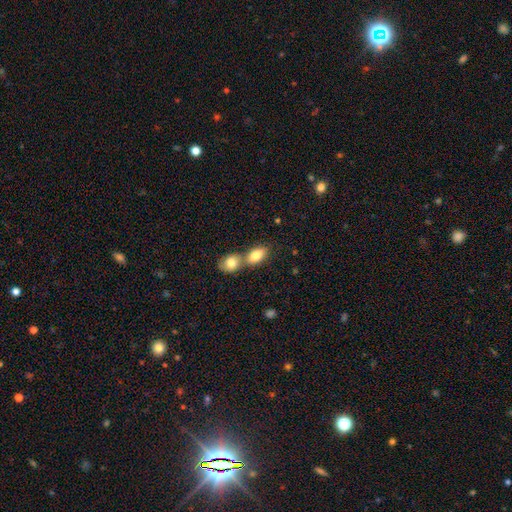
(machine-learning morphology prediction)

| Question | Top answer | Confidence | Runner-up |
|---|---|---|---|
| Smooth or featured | smooth | 81% | featured or disk (12%) |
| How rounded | in between | 86% | round (10%) |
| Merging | merger | 57% | none (33%) |